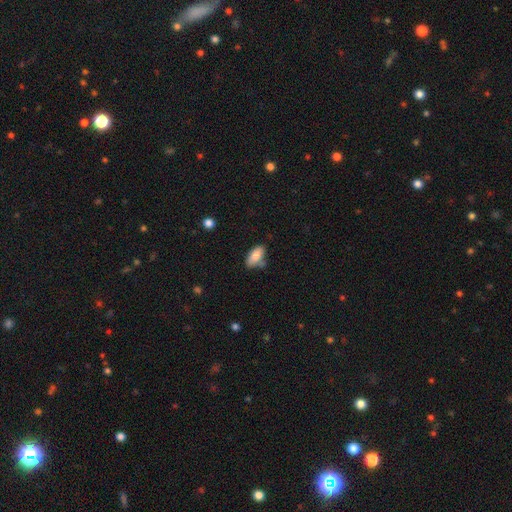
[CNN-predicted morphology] type=smooth (84%); roundness=in between (90%); merging=none (62%).